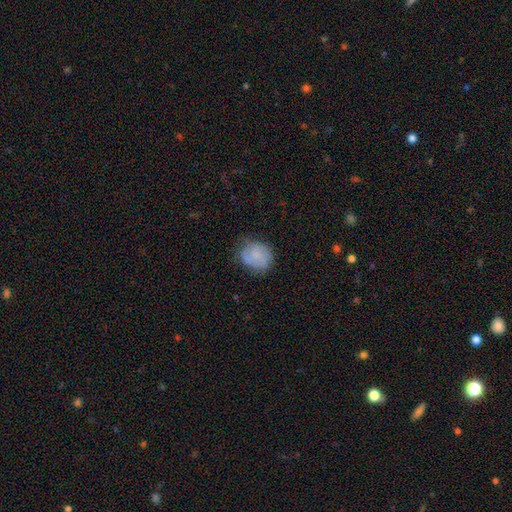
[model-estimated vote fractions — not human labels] Morphology: type=smooth (67%); roundness=round (69%); merging=none (67%).